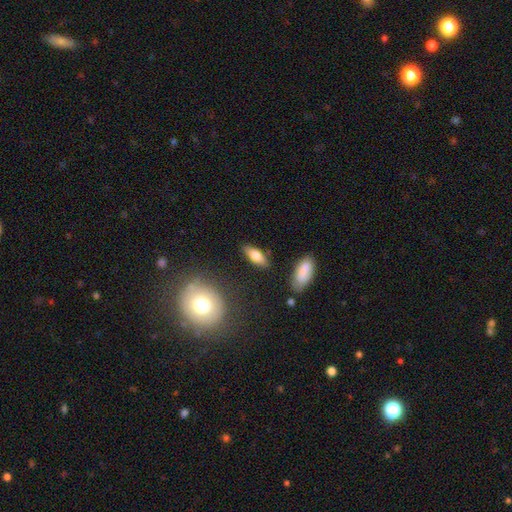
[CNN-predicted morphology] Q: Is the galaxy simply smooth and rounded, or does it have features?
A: smooth — 72%.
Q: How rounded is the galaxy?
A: in between — 71%.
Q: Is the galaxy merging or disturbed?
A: none — 82%.